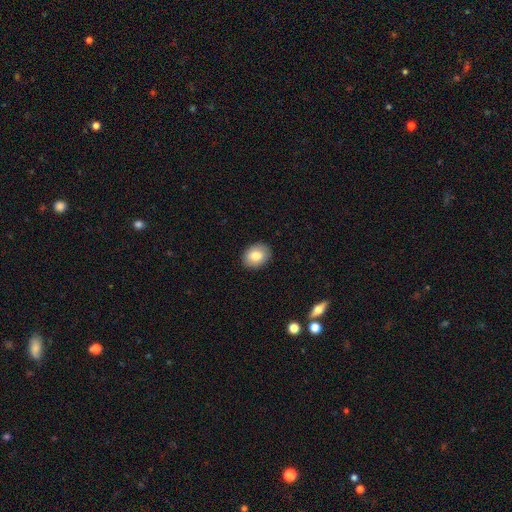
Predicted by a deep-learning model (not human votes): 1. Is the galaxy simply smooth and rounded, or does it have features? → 82% smooth, 10% featured or disk, 8% star or artifact.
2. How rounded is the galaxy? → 59% in between, 40% round, 1% cigar-shaped.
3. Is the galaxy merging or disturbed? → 88% none, 9% minor disturbance, 2% major disturbance, 1% merger.